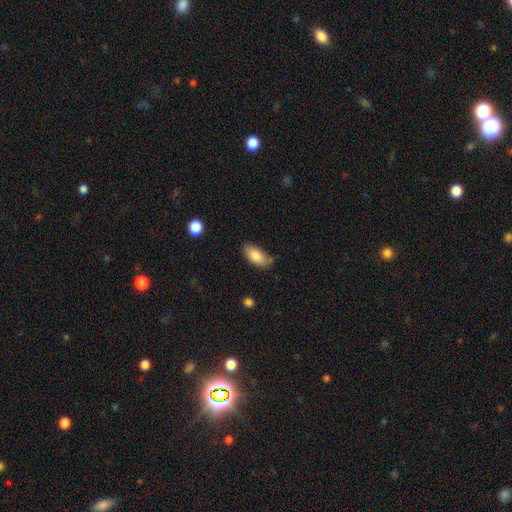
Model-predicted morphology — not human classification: smooth_or_featured: smooth (p=0.83) [alt: featured or disk p=0.10]
how_rounded: in between (p=0.91) [alt: cigar-shaped p=0.06]
merging: none (p=0.72) [alt: minor disturbance p=0.21]